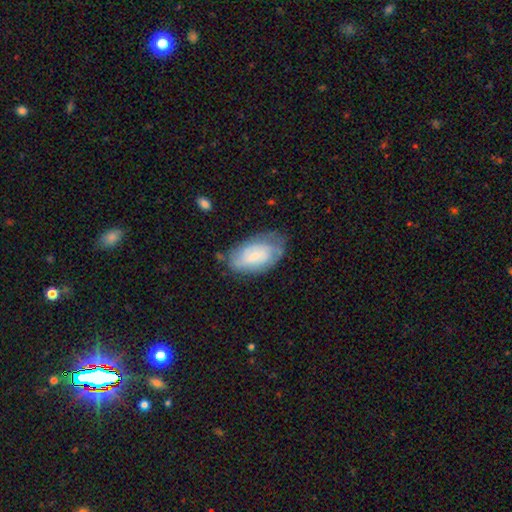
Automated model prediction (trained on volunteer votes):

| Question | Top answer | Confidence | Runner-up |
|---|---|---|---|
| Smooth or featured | featured or disk | 49% | smooth (44%) |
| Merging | none | 61% | minor disturbance (28%) |